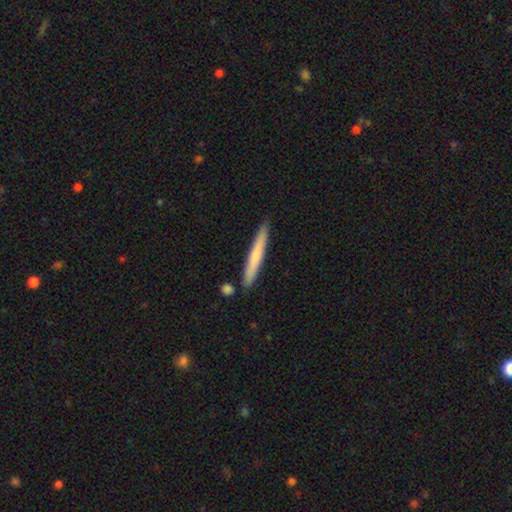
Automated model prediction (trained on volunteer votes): smooth 63%, featured or disk 32%, star or artifact 5%. Down the decision tree: how rounded — cigar-shaped (96%); merging — none (86%).